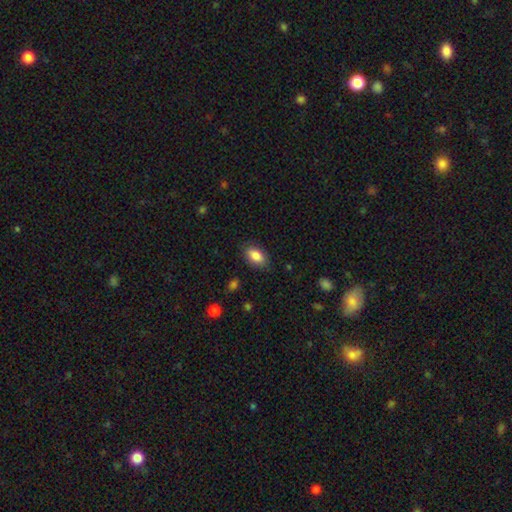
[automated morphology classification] type=smooth (86%); roundness=in between (92%); merging=none (84%).